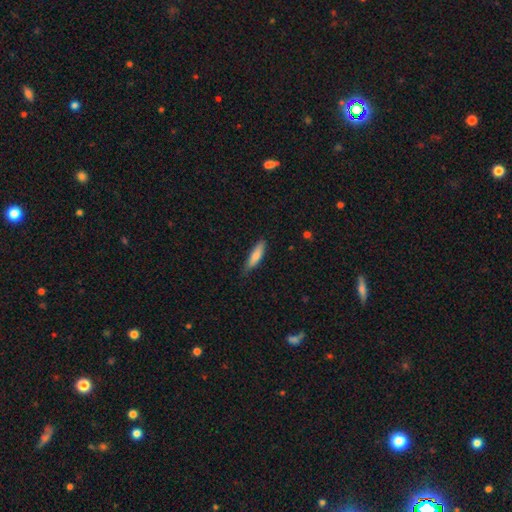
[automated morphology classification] A smooth galaxy with no disk features (80%) that is cigar-shaped (72%).

Vote fractions:
- Smooth or featured? smooth: 80% / featured or disk: 14% / star or artifact: 6%
- How rounded? cigar-shaped: 72% / in between: 27% / round: 1%
- Merging? none: 76% / minor disturbance: 20% / major disturbance: 3% / merger: 1%